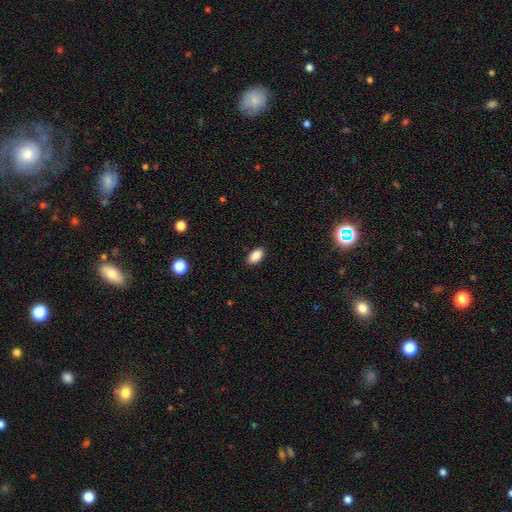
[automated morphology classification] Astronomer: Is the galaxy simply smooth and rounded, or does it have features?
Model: smooth — 89%.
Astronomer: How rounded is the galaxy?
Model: in between — 93%.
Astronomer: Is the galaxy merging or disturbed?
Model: none — 88%.